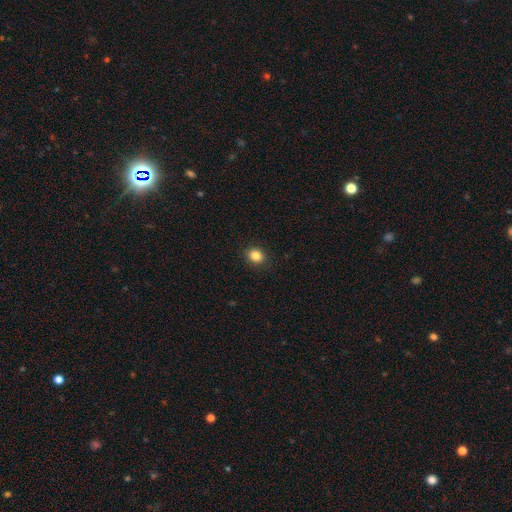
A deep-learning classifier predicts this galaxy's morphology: Smooth or featured? Predicted: smooth (p=0.85). How rounded? Predicted: round (p=0.66). Merging? Predicted: none (p=0.90).